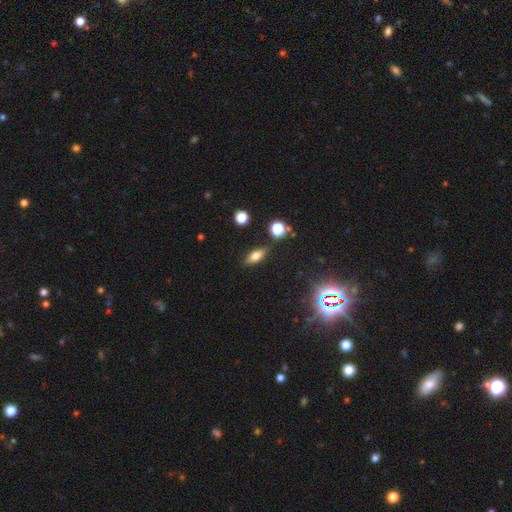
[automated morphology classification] smooth_or_featured: smooth (p=0.64) [alt: featured or disk p=0.24]
how_rounded: in between (p=0.70) [alt: cigar-shaped p=0.24]
merging: none (p=0.83) [alt: minor disturbance p=0.11]